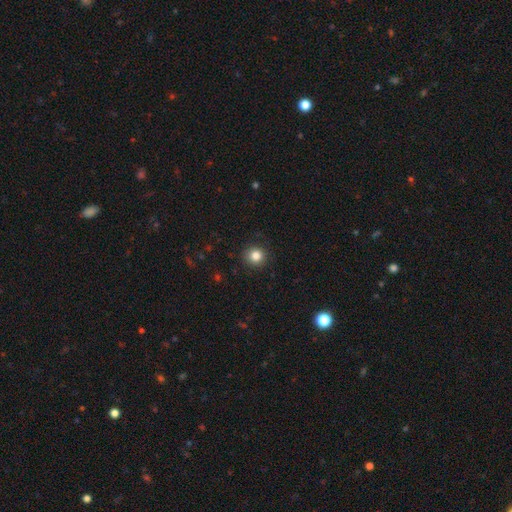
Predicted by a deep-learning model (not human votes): Smooth or featured?
  - smooth: 84% *
  - star or artifact: 11%
  - featured or disk: 5%
How rounded?
  - round: 93% *
  - in between: 7%
  - cigar-shaped: 1%
Merging?
  - none: 91% *
  - minor disturbance: 6%
  - major disturbance: 2%
  - merger: 1%